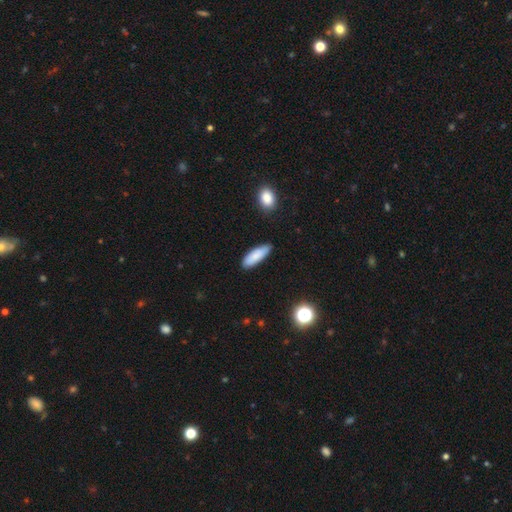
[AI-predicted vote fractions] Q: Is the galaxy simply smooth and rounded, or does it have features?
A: smooth — 85%.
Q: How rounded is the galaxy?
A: in between — 53%.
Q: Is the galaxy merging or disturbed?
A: none — 82%.